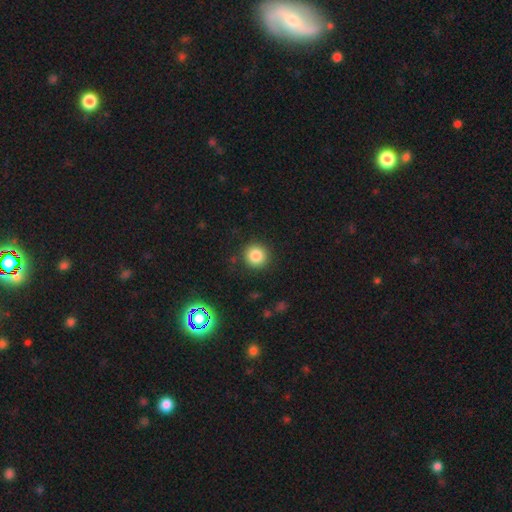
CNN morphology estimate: This appears to be a smooth galaxy with no disk features (84%) that is round (94%). Merging: none (90%).